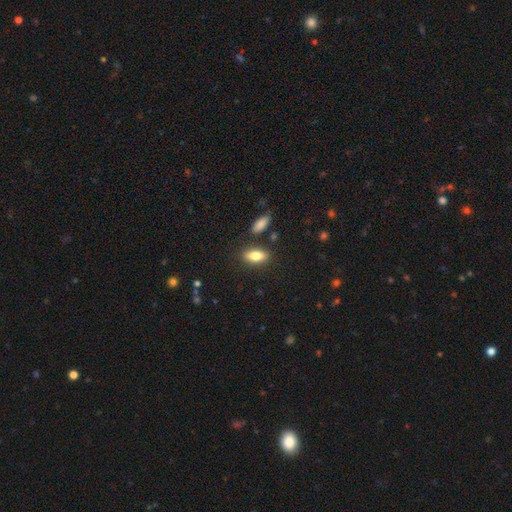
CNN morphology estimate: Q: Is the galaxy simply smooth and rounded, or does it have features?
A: smooth — 79%.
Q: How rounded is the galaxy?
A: in between — 82%.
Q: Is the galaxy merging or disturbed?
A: none — 82%.